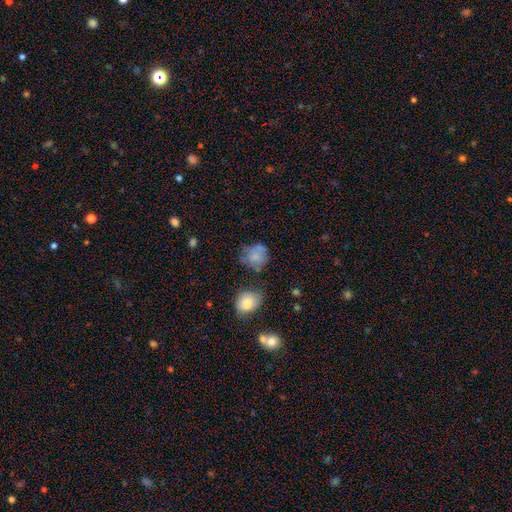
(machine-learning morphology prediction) Smooth or featured: smooth — 73% (featured or disk — 17%)
How rounded: round — 76% (in between — 23%)
Merging: none — 50% (minor disturbance — 26%)